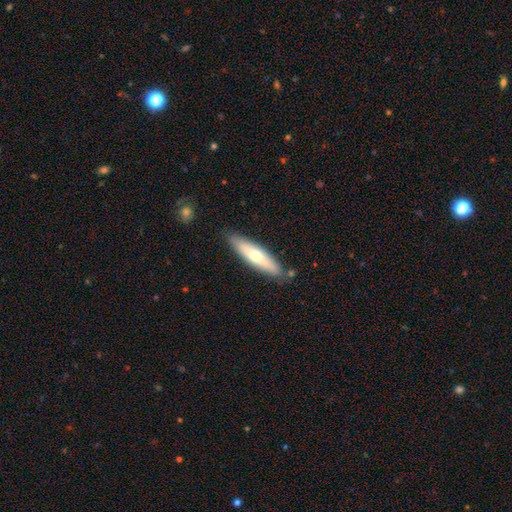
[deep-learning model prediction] The model was most divided on "smooth or featured": smooth: 57%, featured or disk: 38%, star or artifact: 6%. More confident: merging — none (85%); how rounded — cigar-shaped (71%).